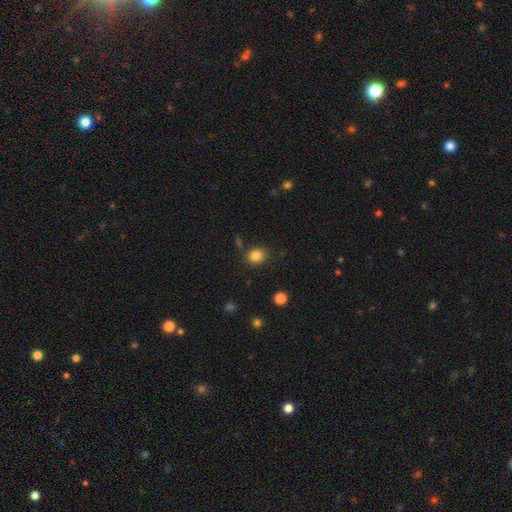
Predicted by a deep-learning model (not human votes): Smooth or featured: smooth — 83% (star or artifact — 11%)
How rounded: round — 74% (in between — 26%)
Merging: none — 82% (minor disturbance — 10%)